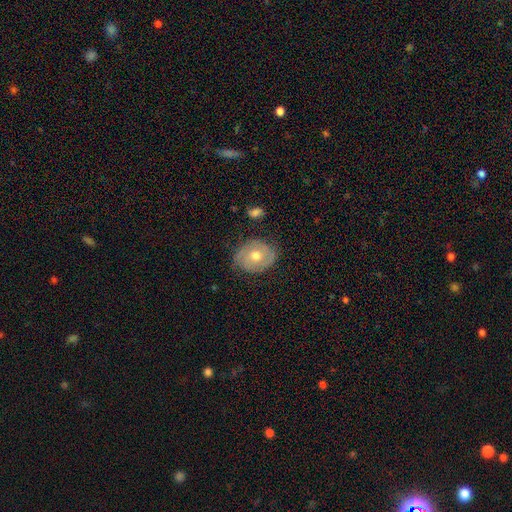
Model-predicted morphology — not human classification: This appears to be a featured or disk galaxy (62%) with no bar (81%), spiral arms (71%) and a moderate central bulge (80%). Merging: none (74%).